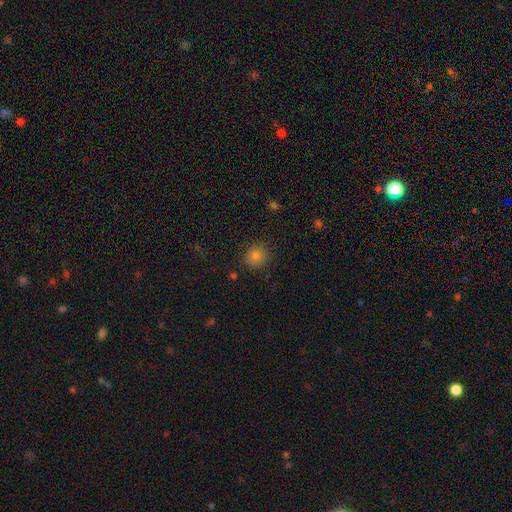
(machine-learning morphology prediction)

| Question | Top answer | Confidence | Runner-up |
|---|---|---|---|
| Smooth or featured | smooth | 79% | star or artifact (14%) |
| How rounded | round | 84% | in between (15%) |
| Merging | none | 88% | minor disturbance (9%) |